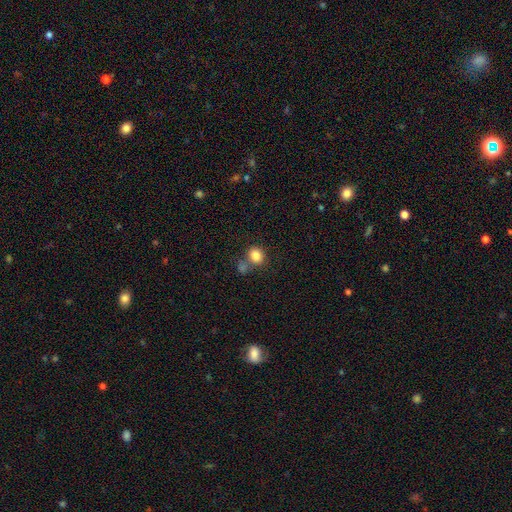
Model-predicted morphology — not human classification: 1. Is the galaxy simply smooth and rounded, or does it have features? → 84% smooth, 10% star or artifact, 6% featured or disk.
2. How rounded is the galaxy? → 71% round, 29% in between, 1% cigar-shaped.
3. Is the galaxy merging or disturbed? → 62% none, 22% merger, 11% minor disturbance, 4% major disturbance.